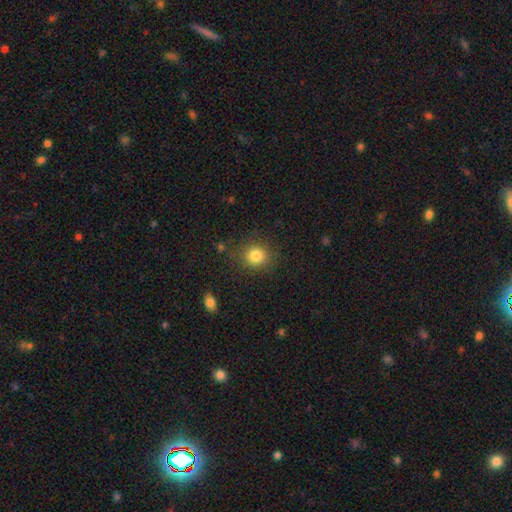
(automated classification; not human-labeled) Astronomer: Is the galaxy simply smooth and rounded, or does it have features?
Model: smooth — 83%.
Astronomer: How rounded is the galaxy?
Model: round — 82%.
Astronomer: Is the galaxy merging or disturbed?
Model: none — 85%.